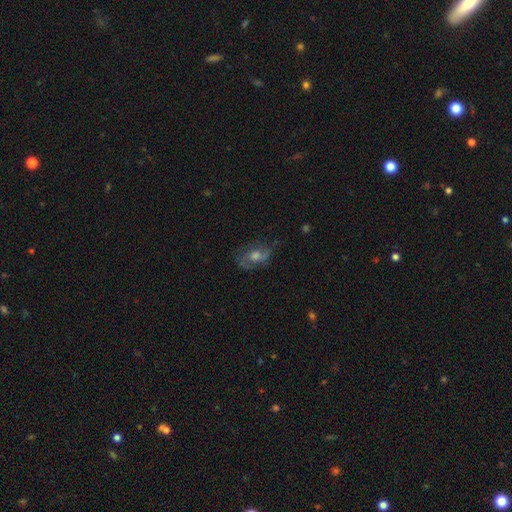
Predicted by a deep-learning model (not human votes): smooth_or_featured: featured or disk (p=0.57) [alt: smooth p=0.29]
disk_edge_on: no (p=0.93) [alt: yes p=0.07]
bar: no (p=0.68) [alt: weak p=0.26]
has_spiral_arms: yes (p=0.72) [alt: no p=0.28]
bulge_size: moderate (p=0.54) [alt: large p=0.23]
merging: none (p=0.60) [alt: minor disturbance p=0.22]